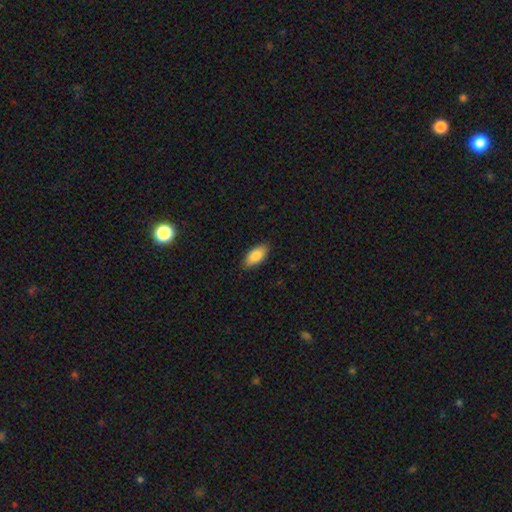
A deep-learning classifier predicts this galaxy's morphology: A smooth galaxy with no disk features (85%) that is in between round and cigar-shaped (90%). Merging: none (87%).